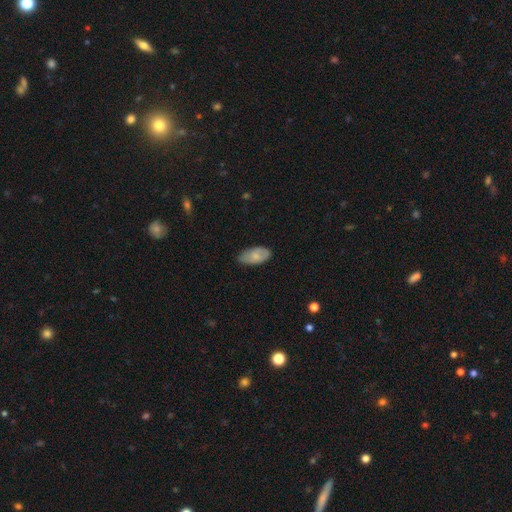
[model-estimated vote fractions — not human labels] smooth-or-featured: smooth: 72% | featured or disk: 21% | star or artifact: 6%
  how-rounded: in between: 94% | cigar-shaped: 3% | round: 3%
  merging: none: 73% | minor disturbance: 23% | major disturbance: 3% | merger: 1%